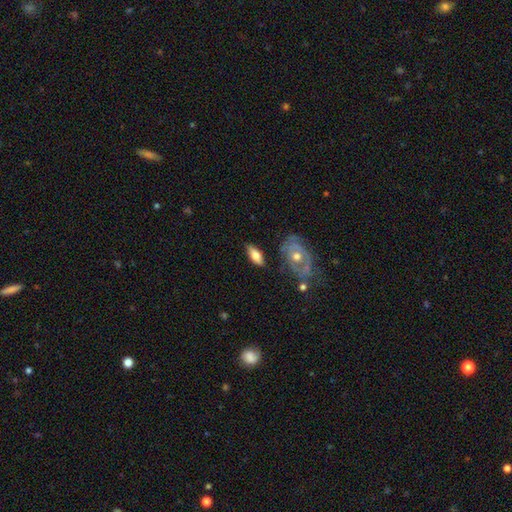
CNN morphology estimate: This appears to be a smooth galaxy with no disk features (63%) that is in between round and cigar-shaped (79%). Merging: none (76%).